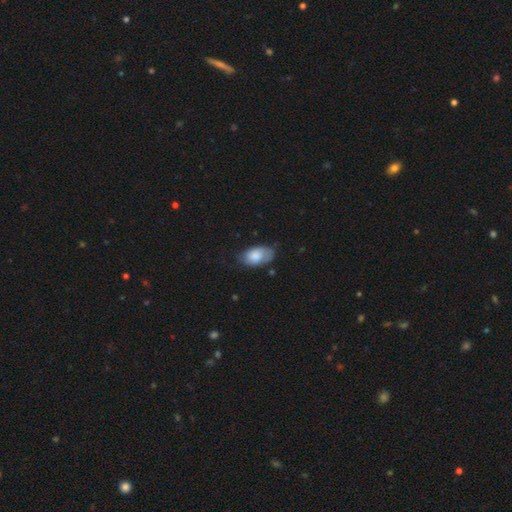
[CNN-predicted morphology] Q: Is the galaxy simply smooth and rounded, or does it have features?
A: smooth — 74%.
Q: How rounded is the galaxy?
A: in between — 93%.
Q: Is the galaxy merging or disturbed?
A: none — 59%.